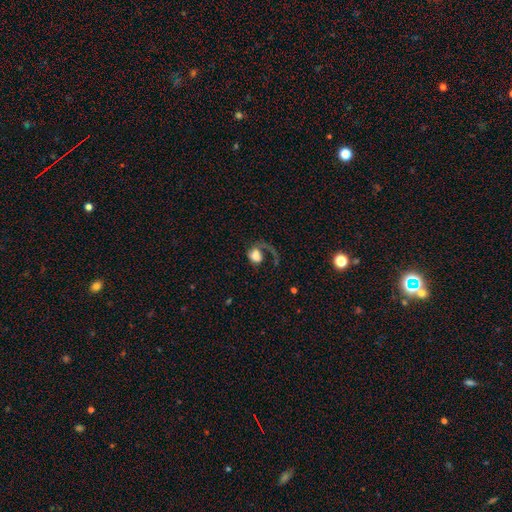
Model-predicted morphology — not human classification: Smooth or featured: smooth — 48% (featured or disk — 41%)
Merging: major disturbance — 50% (none — 29%)